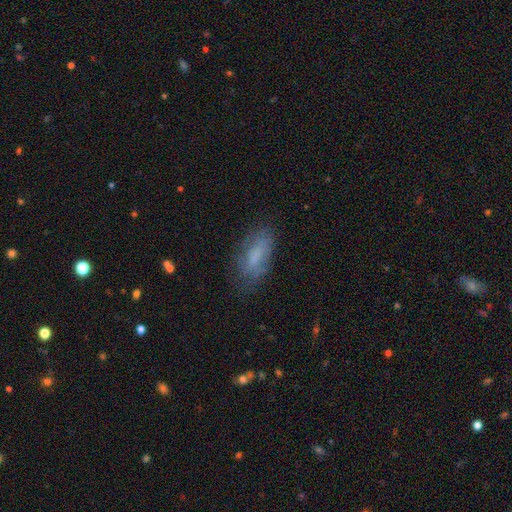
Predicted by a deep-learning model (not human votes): Morphology: type=smooth (66%); roundness=in between (84%); merging=none (68%).